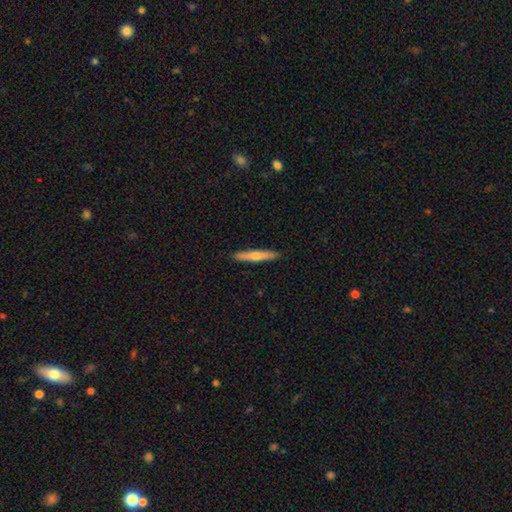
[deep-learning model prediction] Smooth or featured: featured or disk — 48% (smooth — 46%)
Merging: none — 92% (minor disturbance — 6%)